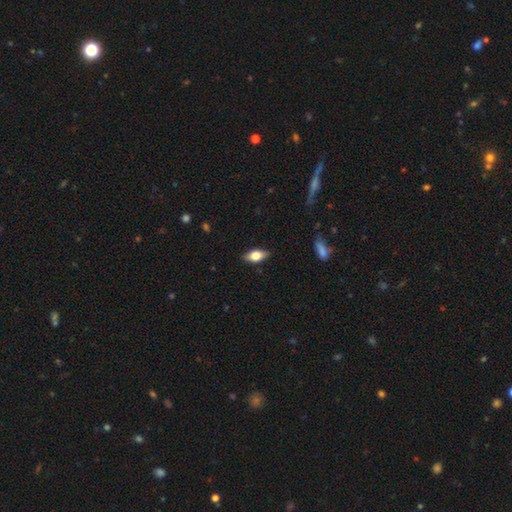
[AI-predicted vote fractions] smooth-or-featured: smooth: 64% | featured or disk: 28% | star or artifact: 7%
  how-rounded: in between: 83% | cigar-shaped: 12% | round: 5%
  merging: none: 86% | minor disturbance: 11% | major disturbance: 2% | merger: 1%